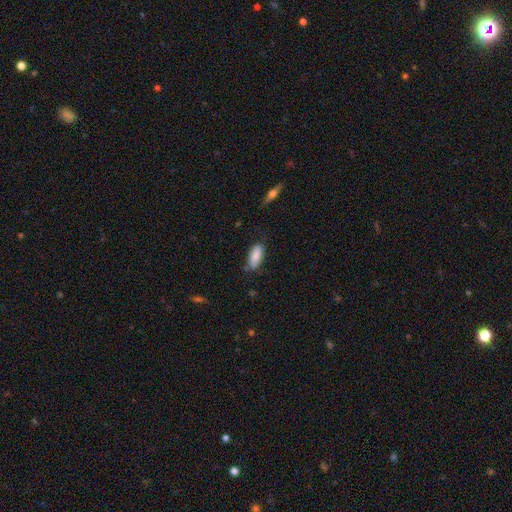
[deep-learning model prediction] A smooth galaxy with no disk features (84%) that is in between round and cigar-shaped (81%). Merging: none (69%).